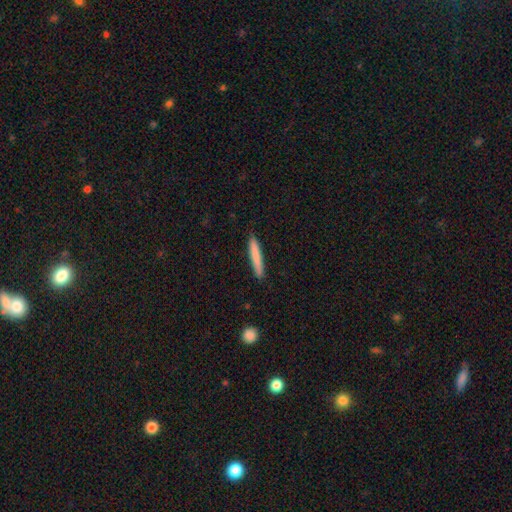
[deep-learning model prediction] smooth 80%, featured or disk 14%, star or artifact 6%. Down the decision tree: how rounded — cigar-shaped (94%); merging — none (89%).